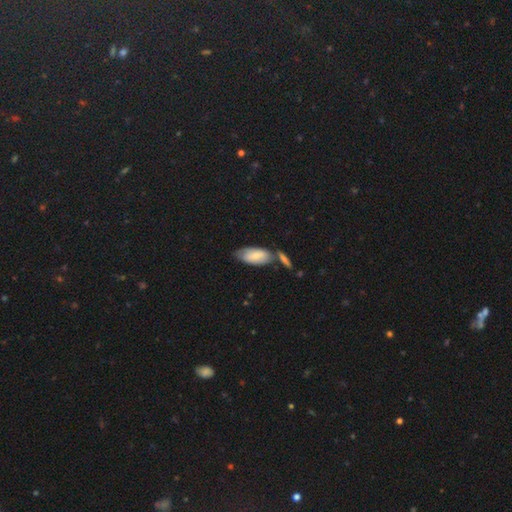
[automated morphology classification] smooth_or_featured: smooth (p=0.68) [alt: featured or disk p=0.26]
how_rounded: in between (p=0.88) [alt: cigar-shaped p=0.10]
merging: none (p=0.48) [alt: merger p=0.27]